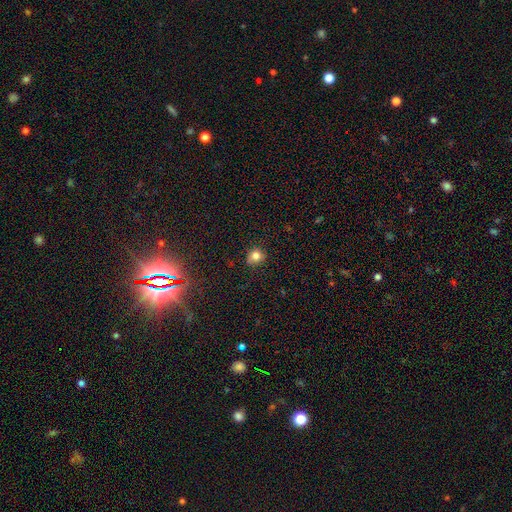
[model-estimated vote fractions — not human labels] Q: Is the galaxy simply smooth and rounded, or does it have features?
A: smooth — 78%.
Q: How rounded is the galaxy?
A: round — 79%.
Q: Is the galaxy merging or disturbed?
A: none — 80%.